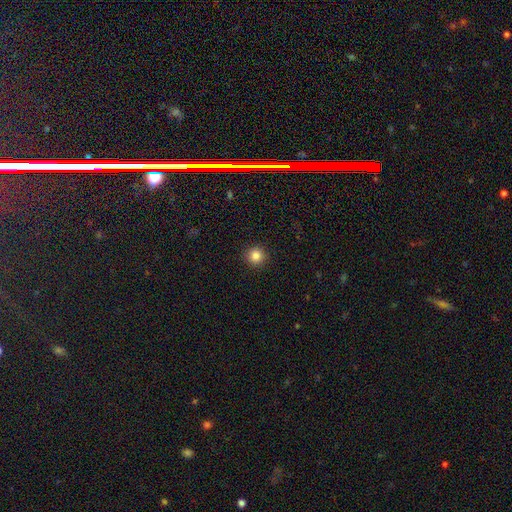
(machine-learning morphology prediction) The model was most divided on "smooth or featured": smooth: 84%, star or artifact: 11%, featured or disk: 4%. More confident: how rounded — round (94%); merging — none (92%).